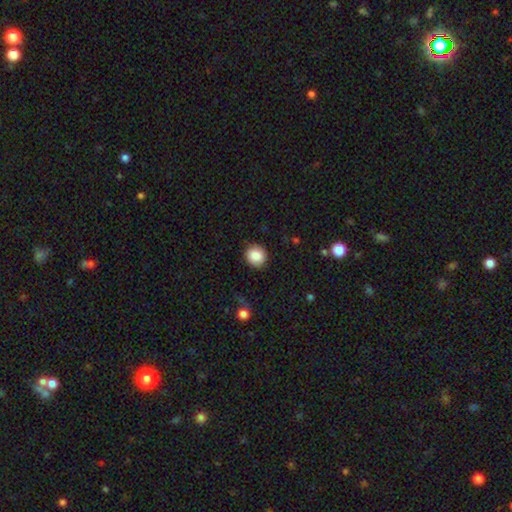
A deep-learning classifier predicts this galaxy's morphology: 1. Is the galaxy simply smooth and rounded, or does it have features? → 87% smooth, 8% star or artifact, 4% featured or disk.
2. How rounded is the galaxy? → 87% round, 12% in between, 1% cigar-shaped.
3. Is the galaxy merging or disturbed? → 88% none, 8% minor disturbance, 3% major disturbance, 1% merger.